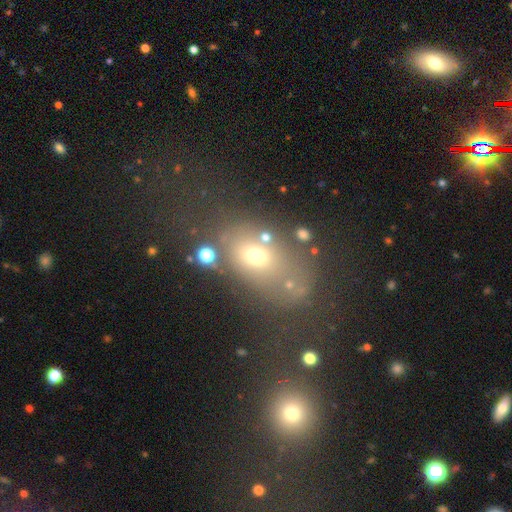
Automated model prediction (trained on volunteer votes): A smooth galaxy with no disk features (59%) that is in between round and cigar-shaped (69%). Merging: none (54%).